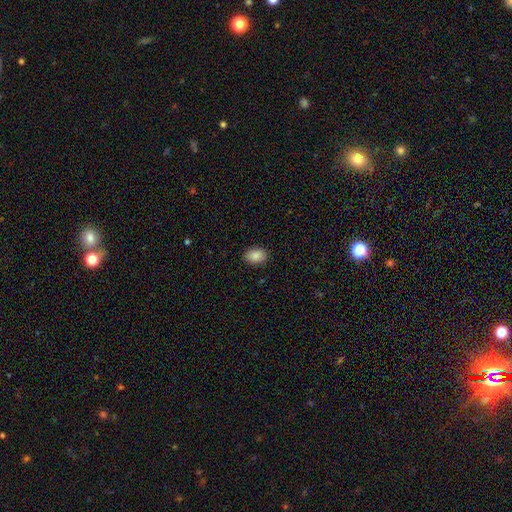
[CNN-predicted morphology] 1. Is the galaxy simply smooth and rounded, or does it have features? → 87% smooth, 8% star or artifact, 5% featured or disk.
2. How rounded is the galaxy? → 81% in between, 18% round, 1% cigar-shaped.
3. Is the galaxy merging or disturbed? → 89% none, 8% minor disturbance, 2% major disturbance, 1% merger.